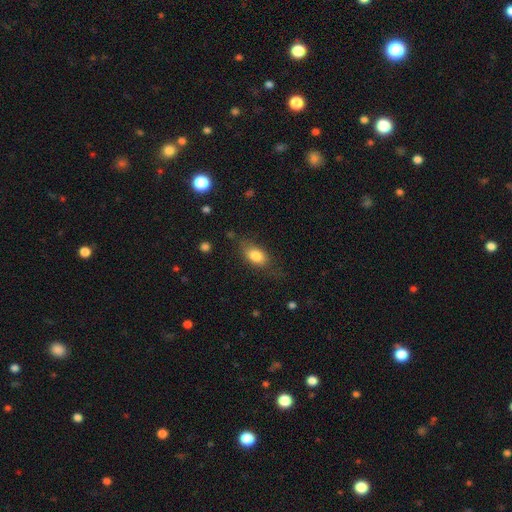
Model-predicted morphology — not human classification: The model was most divided on "merging": none: 66%, minor disturbance: 22%, major disturbance: 9%, merger: 2%. More confident: how rounded — in between (86%); smooth or featured — smooth (81%).